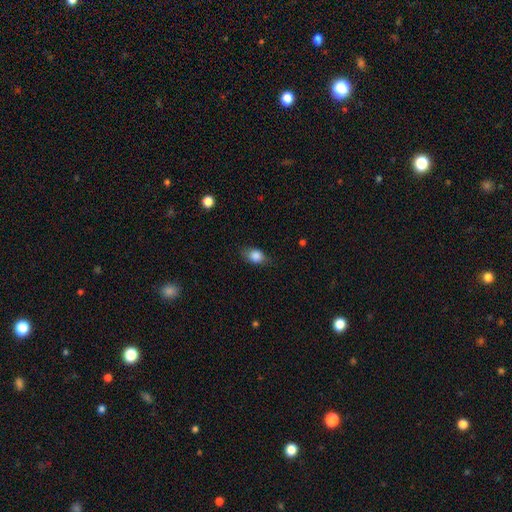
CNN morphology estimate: This is clearly a smooth galaxy (82%). How rounded: likely in between (72%). Merging: likely none (73%).